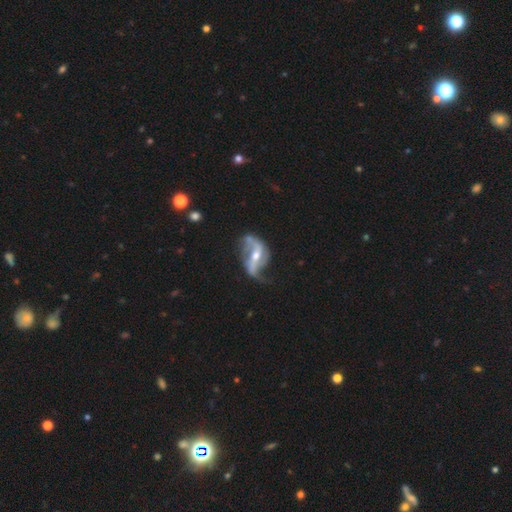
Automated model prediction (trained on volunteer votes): smooth-or-featured: featured or disk: 87% | smooth: 8% | star or artifact: 6%
  disk-edge-on: no: 95% | yes: 5%
    bar: strong: 46% | weak: 34% | no: 20%
    has-spiral-arms: yes: 93% | no: 7%
      spiral-winding: loose: 75% | medium: 19% | tight: 6%
      spiral-arm-count: 2: 87% | 1: 4% | can't tell: 4% | 3: 2% | 4: 1% | more than 4: 1%
    bulge-size: moderate: 58% | small: 37% | large: 3% | none: 1% | dominant: 1%
  merging: none: 50% | minor disturbance: 25% | major disturbance: 20% | merger: 5%